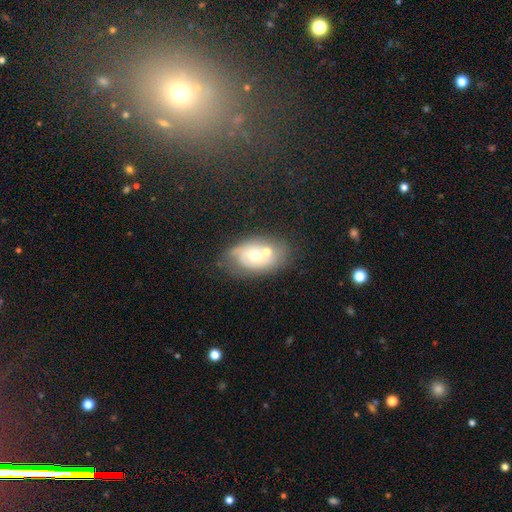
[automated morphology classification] smooth_or_featured: featured or disk (p=0.54) [alt: smooth p=0.37]
disk_edge_on: no (p=0.94) [alt: yes p=0.06]
bar: no (p=0.79) [alt: weak p=0.17]
has_spiral_arms: yes (p=0.55) [alt: no p=0.45]
bulge_size: moderate (p=0.68) [alt: small p=0.22]
merging: none (p=0.40) [alt: merger p=0.30]